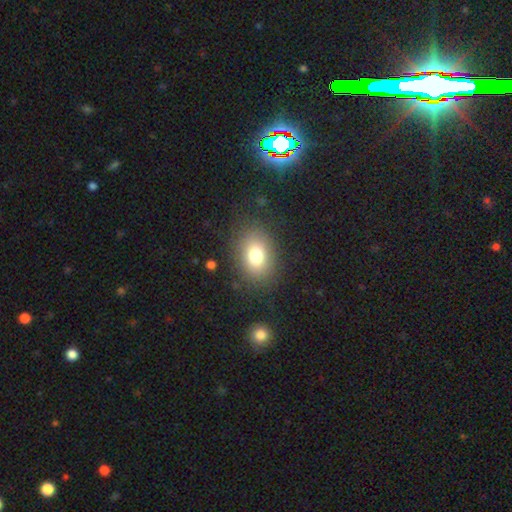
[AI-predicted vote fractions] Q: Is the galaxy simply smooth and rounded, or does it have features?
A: smooth — 77%.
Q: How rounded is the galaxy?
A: in between — 69%.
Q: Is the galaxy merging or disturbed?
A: none — 82%.